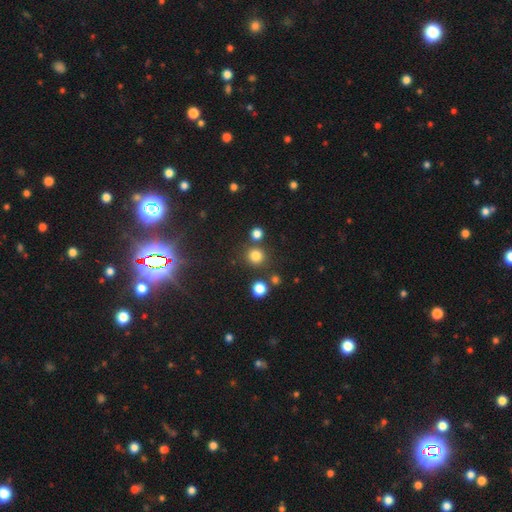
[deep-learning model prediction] smooth 79%, star or artifact 16%, featured or disk 5%. Down the decision tree: how rounded — round (91%); merging — none (81%).